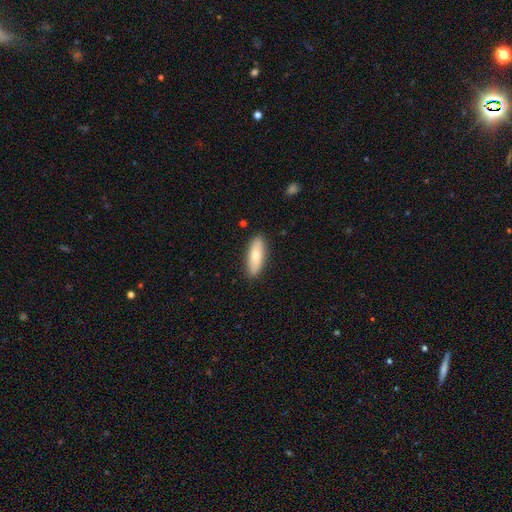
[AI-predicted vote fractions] A smooth galaxy with no disk features (72%) that is in between round and cigar-shaped (59%).

Vote fractions:
- Smooth or featured? smooth: 72% / featured or disk: 22% / star or artifact: 6%
- How rounded? in between: 59% / cigar-shaped: 39% / round: 2%
- Merging? none: 88% / minor disturbance: 9% / major disturbance: 2% / merger: 1%